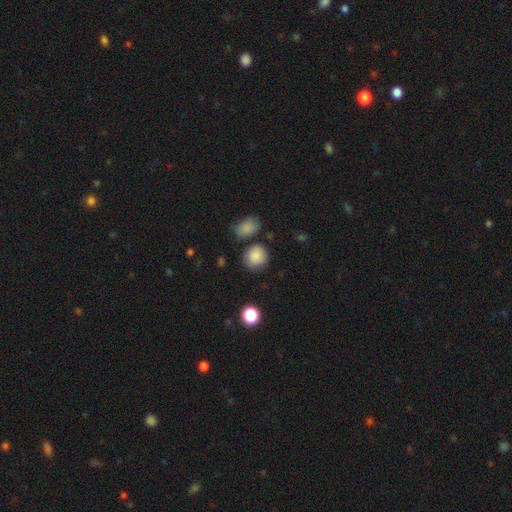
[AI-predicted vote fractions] Smooth or featured? smooth (86%)
How rounded? round (82%)
Merging? none (76%)